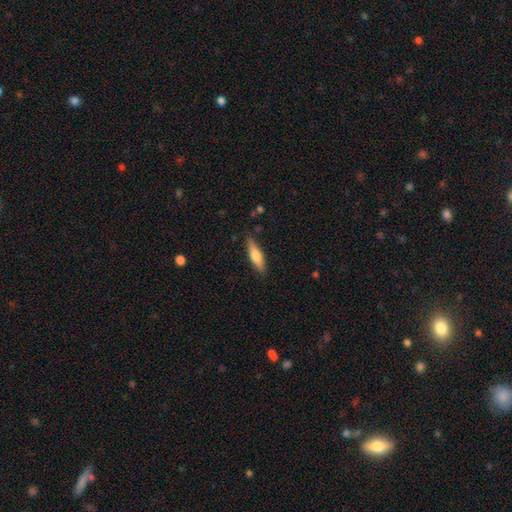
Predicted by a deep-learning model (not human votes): A smooth galaxy with no disk features (64%) that is cigar-shaped (65%). Merging: none (84%).